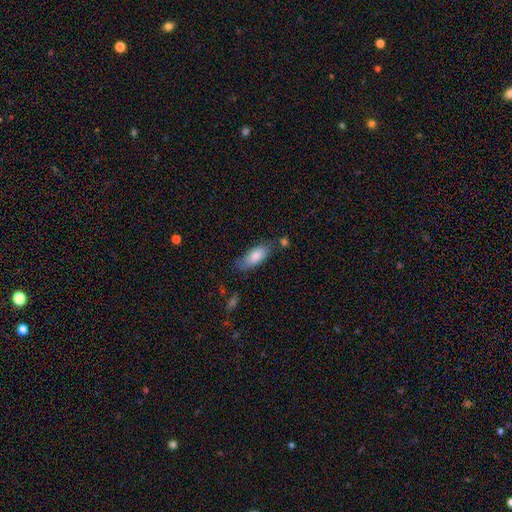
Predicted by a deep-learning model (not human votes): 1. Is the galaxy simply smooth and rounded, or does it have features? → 80% smooth, 14% featured or disk, 7% star or artifact.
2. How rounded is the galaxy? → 82% in between, 16% cigar-shaped, 2% round.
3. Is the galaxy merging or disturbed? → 65% none, 24% minor disturbance, 6% major disturbance, 5% merger.